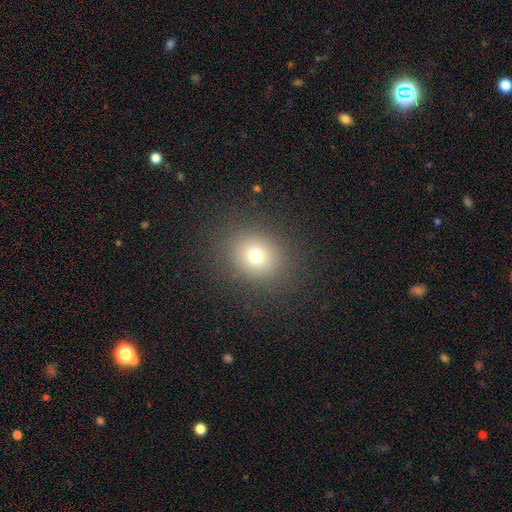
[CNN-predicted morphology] The model was most divided on "how rounded": round: 73%, in between: 26%, cigar-shaped: 1%. More confident: merging — none (87%); smooth or featured — smooth (72%).